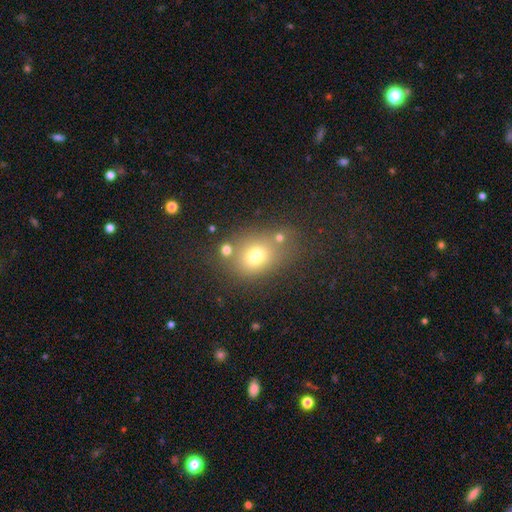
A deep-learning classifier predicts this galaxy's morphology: A smooth galaxy with no disk features (67%) that is in between round and cigar-shaped (58%).

Vote fractions:
- Smooth or featured? smooth: 67% / featured or disk: 17% / star or artifact: 16%
- How rounded? in between: 58% / round: 40% / cigar-shaped: 2%
- Merging? none: 51% / merger: 25% / minor disturbance: 16% / major disturbance: 8%